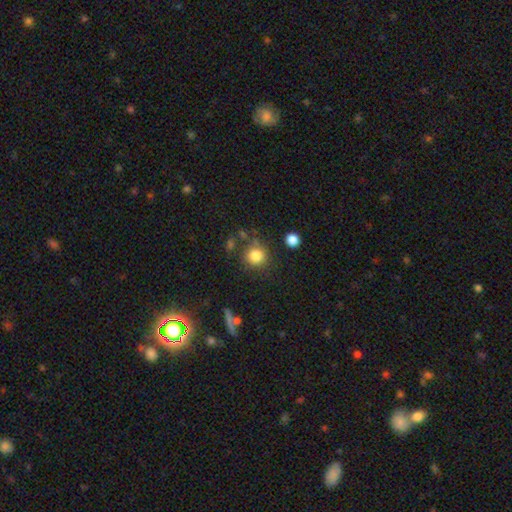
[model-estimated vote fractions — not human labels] Smooth or featured? Predicted: smooth (p=0.83). How rounded? Predicted: round (p=0.91). Merging? Predicted: none (p=0.76).